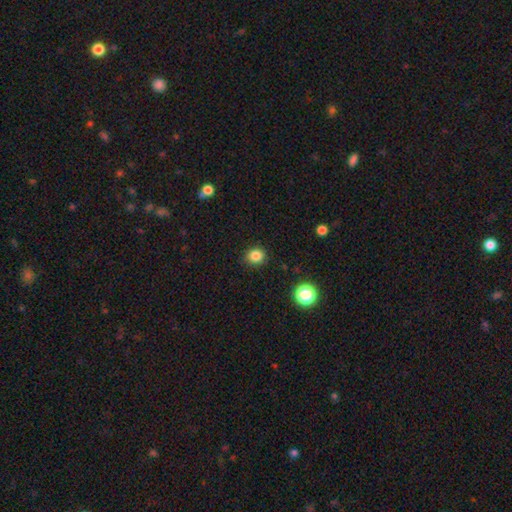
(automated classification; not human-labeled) Smooth or featured?
  - smooth: 83% *
  - star or artifact: 12%
  - featured or disk: 4%
How rounded?
  - round: 82% *
  - in between: 17%
  - cigar-shaped: 1%
Merging?
  - none: 89% *
  - minor disturbance: 7%
  - major disturbance: 2%
  - merger: 1%